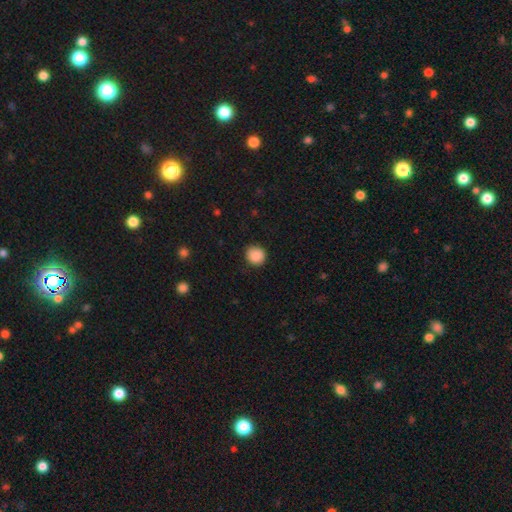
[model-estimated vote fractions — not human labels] smooth_or_featured: smooth (p=0.89) [alt: star or artifact p=0.08]
how_rounded: round (p=0.89) [alt: in between p=0.10]
merging: none (p=0.87) [alt: minor disturbance p=0.10]